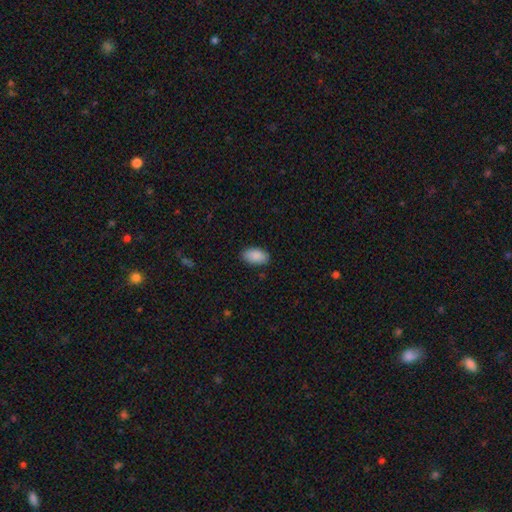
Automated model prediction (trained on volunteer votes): smooth_or_featured: smooth (p=0.90) [alt: star or artifact p=0.06]
how_rounded: in between (p=0.95) [alt: round p=0.04]
merging: none (p=0.86) [alt: minor disturbance p=0.11]